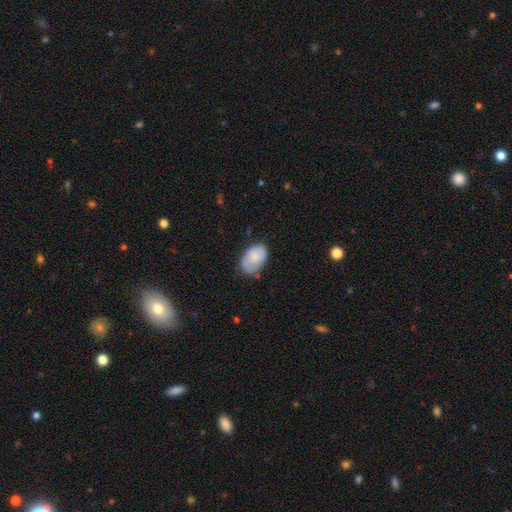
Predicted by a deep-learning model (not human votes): Q: Smooth or featured?
A: smooth (74%); runner-up: featured or disk (19%)
Q: How rounded?
A: in between (89%); runner-up: round (10%)
Q: Merging?
A: none (57%); runner-up: minor disturbance (32%)